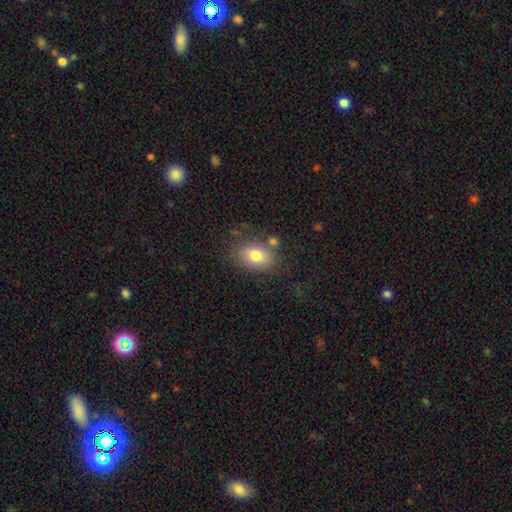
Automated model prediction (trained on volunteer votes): A smooth galaxy with no disk features (76%) that is in between round and cigar-shaped (73%).

Vote fractions:
- Smooth or featured? smooth: 76% / featured or disk: 14% / star or artifact: 10%
- How rounded? in between: 73% / round: 26% / cigar-shaped: 1%
- Merging? none: 70% / minor disturbance: 16% / merger: 7% / major disturbance: 7%